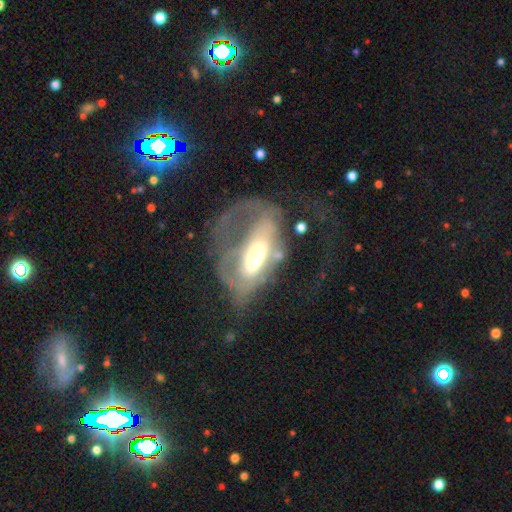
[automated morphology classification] Smooth or featured? Predicted: featured or disk (p=0.63). Edge-on disk? Predicted: no (p=0.89). Bar? Predicted: no (p=0.44). Spiral arms? Predicted: no (p=0.54). Bulge size? Predicted: moderate (p=0.52). Merging? Predicted: major disturbance (p=0.63).